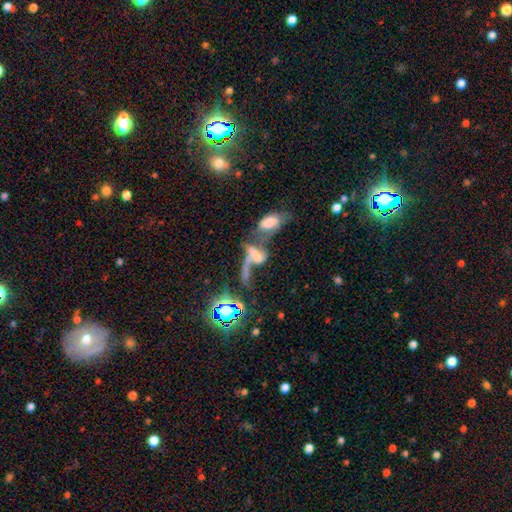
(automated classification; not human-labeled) smooth-or-featured: featured or disk: 58% | smooth: 26% | star or artifact: 17%
  disk-edge-on: no: 91% | yes: 9%
    bar: no: 51% | weak: 29% | strong: 20%
    has-spiral-arms: yes: 66% | no: 34%
    bulge-size: none: 35% | moderate: 26% | small: 25% | large: 10% | dominant: 4%
  merging: merger: 66% | major disturbance: 16% | none: 12% | minor disturbance: 6%